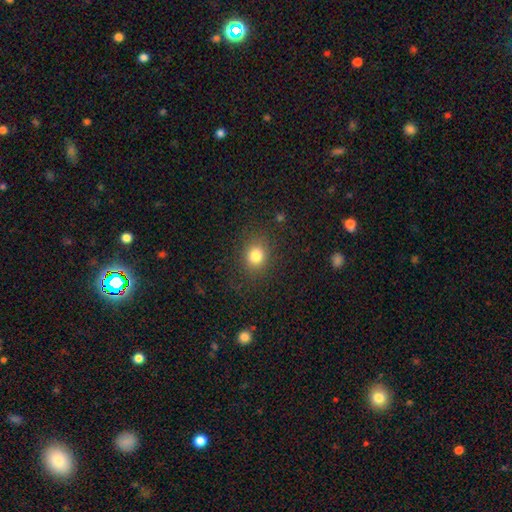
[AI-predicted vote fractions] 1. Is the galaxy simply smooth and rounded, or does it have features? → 81% smooth, 13% star or artifact, 7% featured or disk.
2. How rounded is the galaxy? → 70% round, 29% in between, 1% cigar-shaped.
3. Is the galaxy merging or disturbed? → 84% none, 10% minor disturbance, 5% major disturbance, 1% merger.